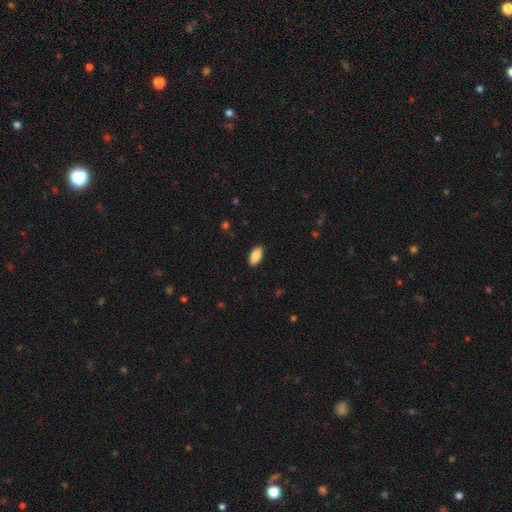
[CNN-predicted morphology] type=smooth (89%); roundness=in between (93%); merging=none (89%).